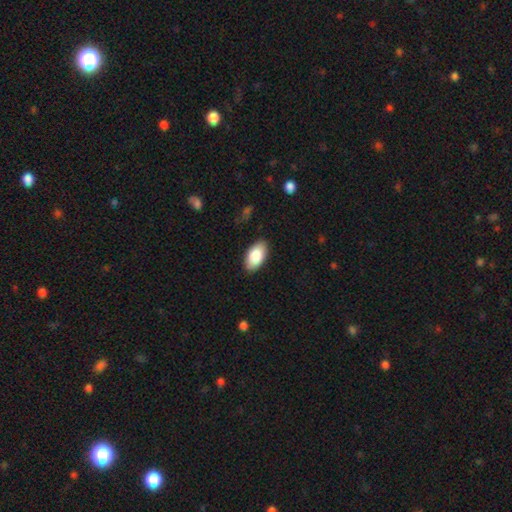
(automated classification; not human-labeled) Q: Smooth or featured?
A: smooth (84%); runner-up: featured or disk (10%)
Q: How rounded?
A: in between (95%); runner-up: round (3%)
Q: Merging?
A: none (88%); runner-up: minor disturbance (9%)